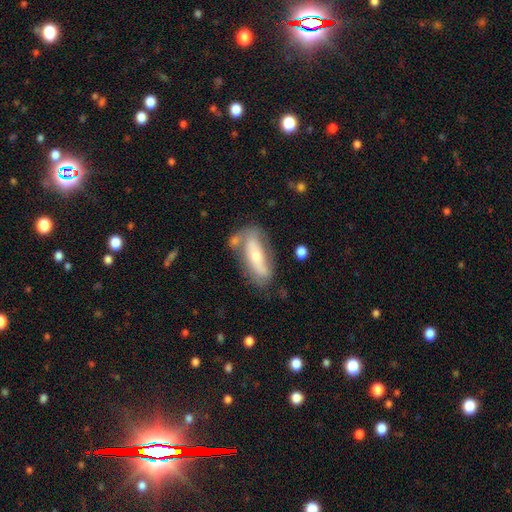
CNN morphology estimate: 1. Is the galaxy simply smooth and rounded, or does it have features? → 53% featured or disk, 41% smooth, 6% star or artifact.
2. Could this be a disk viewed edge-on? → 73% no, 27% yes.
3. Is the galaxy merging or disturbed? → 55% none, 22% minor disturbance, 12% merger, 10% major disturbance.